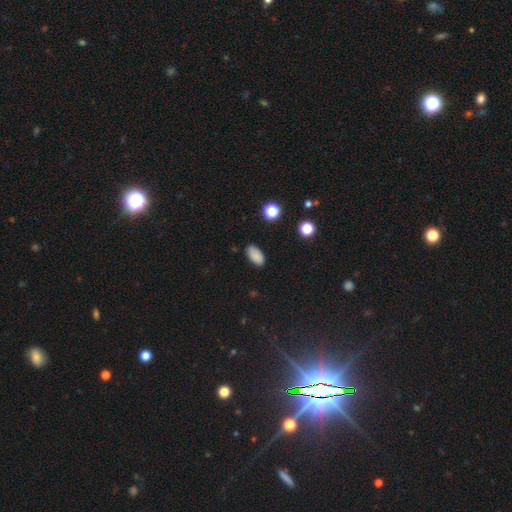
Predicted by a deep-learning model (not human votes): A smooth galaxy with no disk features (85%) that is in between round and cigar-shaped (92%).

Vote fractions:
- Smooth or featured? smooth: 85% / star or artifact: 10% / featured or disk: 4%
- How rounded? in between: 92% / round: 4% / cigar-shaped: 3%
- Merging? none: 85% / minor disturbance: 11% / major disturbance: 3% / merger: 1%